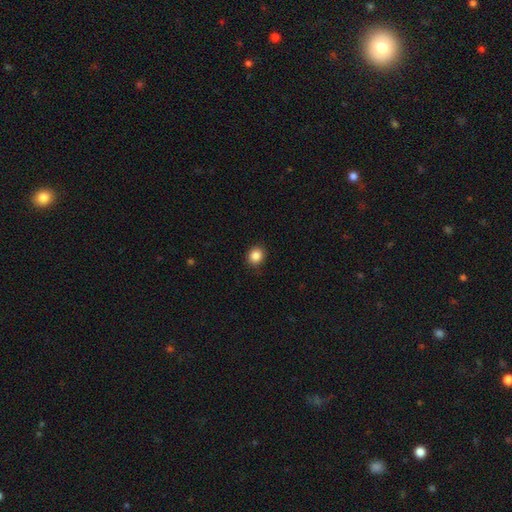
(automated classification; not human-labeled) The model was most divided on "how rounded": round: 79%, in between: 20%, cigar-shaped: 1%. More confident: merging — none (90%); smooth or featured — smooth (86%).